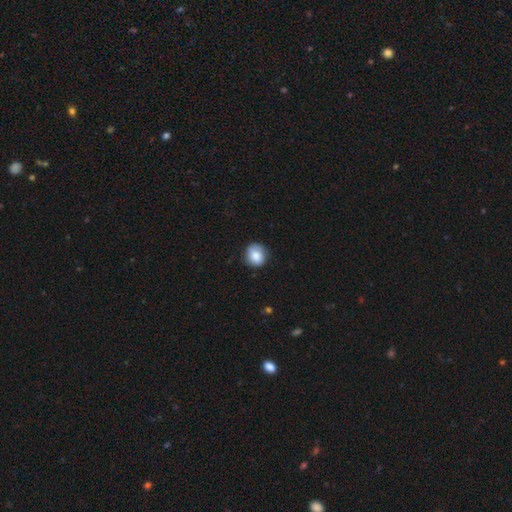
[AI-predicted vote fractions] smooth 82%, featured or disk 10%, star or artifact 8%. Down the decision tree: how rounded — round (82%); merging — none (79%).